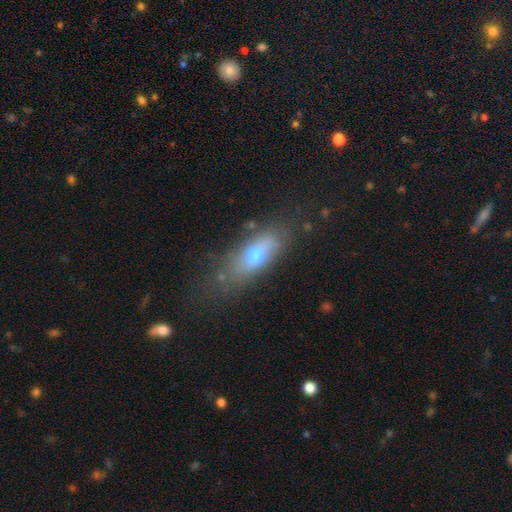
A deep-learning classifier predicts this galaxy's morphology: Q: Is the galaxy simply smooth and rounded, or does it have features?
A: smooth — 62%.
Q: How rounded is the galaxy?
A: in between — 71%.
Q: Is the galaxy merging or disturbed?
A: none — 68%.